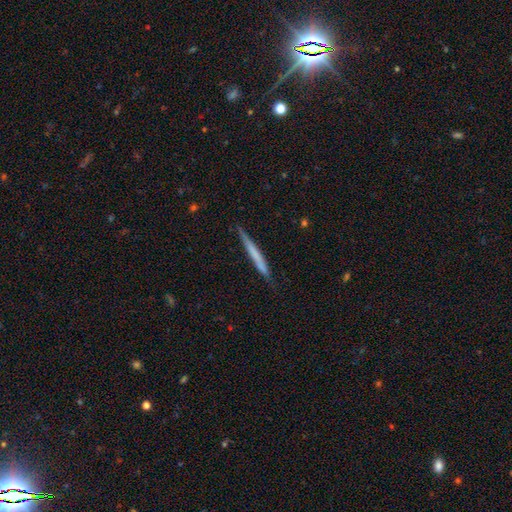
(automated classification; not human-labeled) Morphology: type=smooth (53%); roundness=cigar-shaped (97%); merging=none (85%).